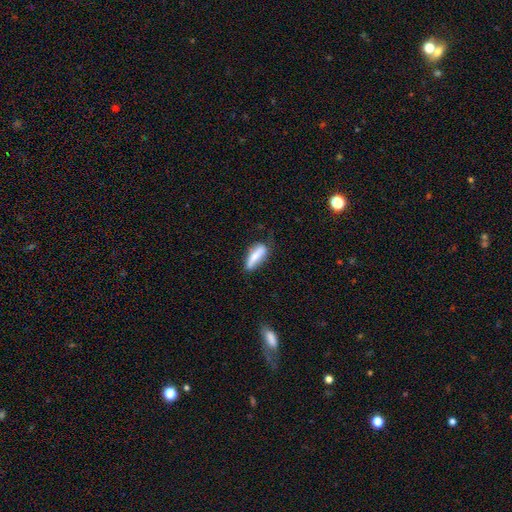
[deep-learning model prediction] The model was most divided on "how rounded": cigar-shaped: 51%, in between: 47%, round: 2%. More confident: smooth or featured — smooth (71%); merging — none (57%).